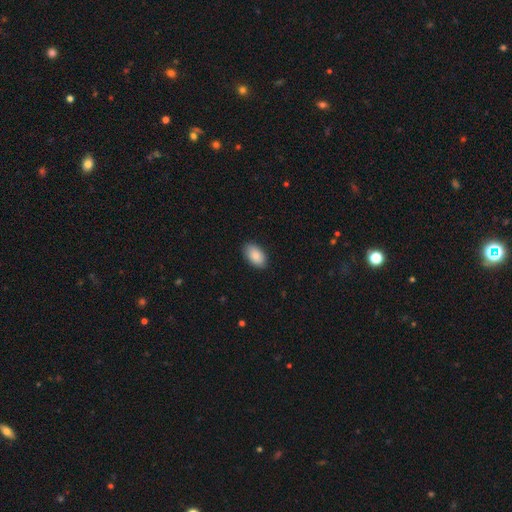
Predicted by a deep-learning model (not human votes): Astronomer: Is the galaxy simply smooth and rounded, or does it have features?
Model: smooth — 87%.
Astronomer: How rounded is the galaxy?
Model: in between — 93%.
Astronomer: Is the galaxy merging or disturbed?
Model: none — 88%.